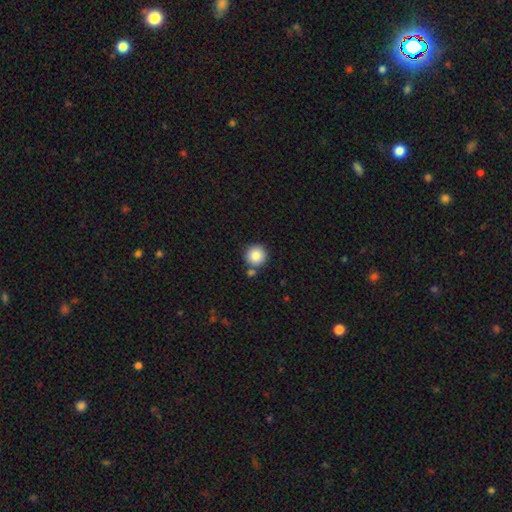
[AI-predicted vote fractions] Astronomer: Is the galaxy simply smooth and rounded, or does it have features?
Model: smooth — 85%.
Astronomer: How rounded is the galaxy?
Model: round — 95%.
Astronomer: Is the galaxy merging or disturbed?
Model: none — 77%.